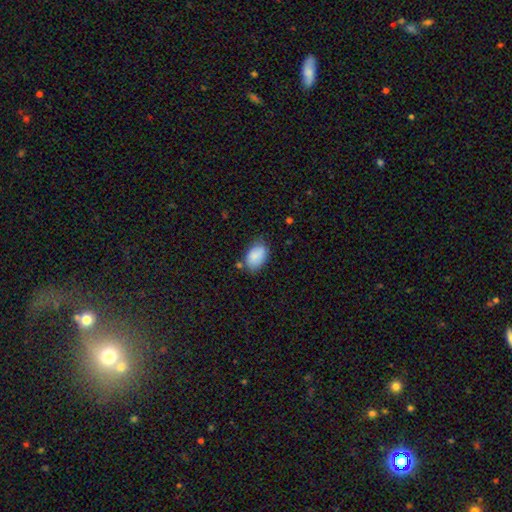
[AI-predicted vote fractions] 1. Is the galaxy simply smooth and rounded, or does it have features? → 84% smooth, 9% featured or disk, 7% star or artifact.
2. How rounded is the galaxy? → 90% in between, 9% round, 1% cigar-shaped.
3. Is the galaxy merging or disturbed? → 66% none, 24% minor disturbance, 5% major disturbance, 5% merger.